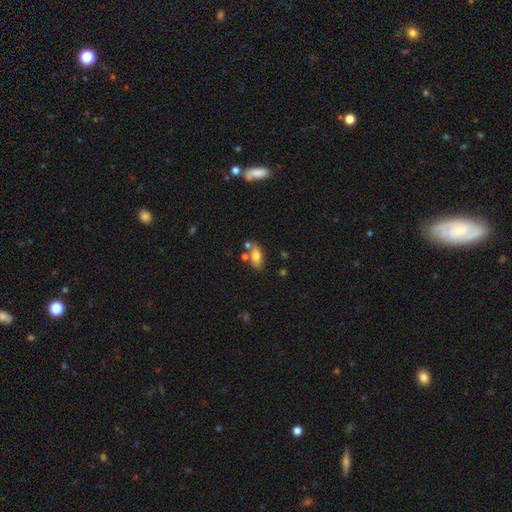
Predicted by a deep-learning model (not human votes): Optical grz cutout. It shows a smooth galaxy with no disk features (74%) that is in between round and cigar-shaped (86%). Merging: none (62%).